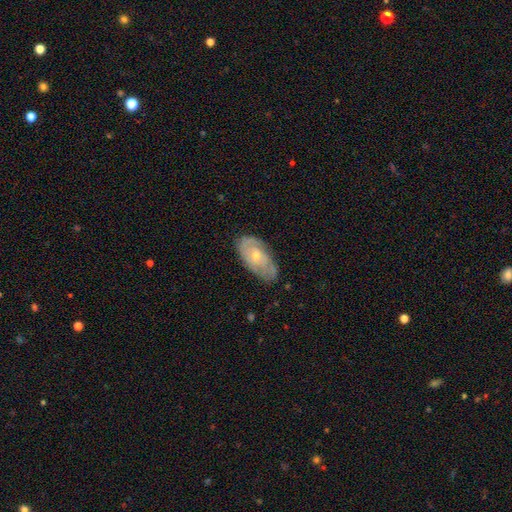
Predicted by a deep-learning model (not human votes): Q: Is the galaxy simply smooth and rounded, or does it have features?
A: featured or disk — 63%.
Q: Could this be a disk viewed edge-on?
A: no — 91%.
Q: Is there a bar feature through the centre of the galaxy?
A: no — 79%.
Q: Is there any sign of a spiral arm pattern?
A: yes — 75%.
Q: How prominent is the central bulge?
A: small — 54%.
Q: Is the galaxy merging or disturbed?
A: none — 71%.